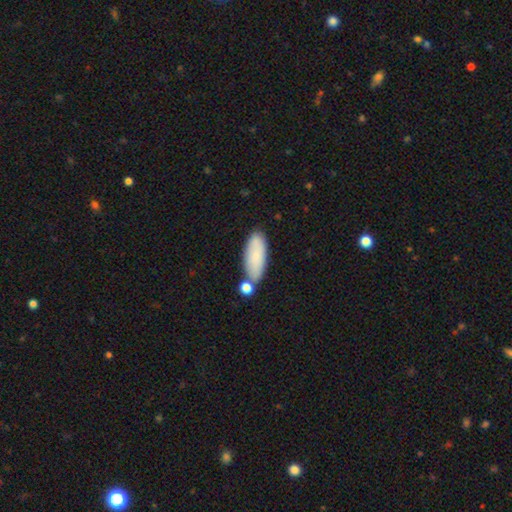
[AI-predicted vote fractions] smooth 79%, featured or disk 14%, star or artifact 6%. Down the decision tree: how rounded — in between (77%); merging — none (69%).